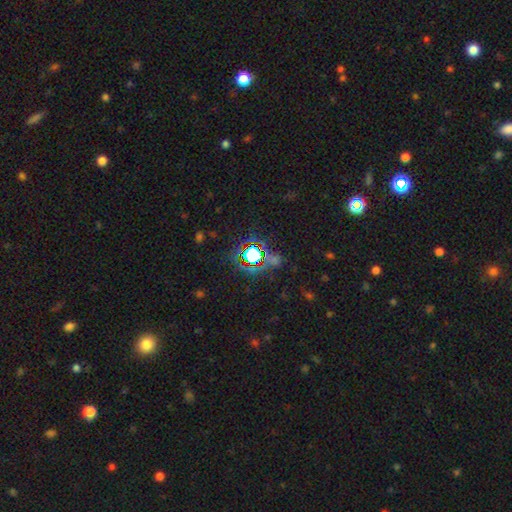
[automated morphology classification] A star or artifact, not a galaxy (71%).

Vote fractions:
- Smooth or featured? star or artifact: 71% / smooth: 20% / featured or disk: 10%